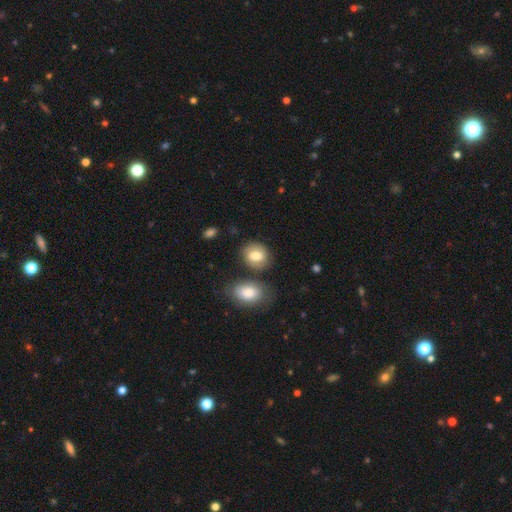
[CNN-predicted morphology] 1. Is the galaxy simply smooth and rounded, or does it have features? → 76% smooth, 16% featured or disk, 7% star or artifact.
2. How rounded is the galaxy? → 51% in between, 47% round, 1% cigar-shaped.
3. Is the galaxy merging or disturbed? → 71% none, 13% minor disturbance, 11% merger, 4% major disturbance.